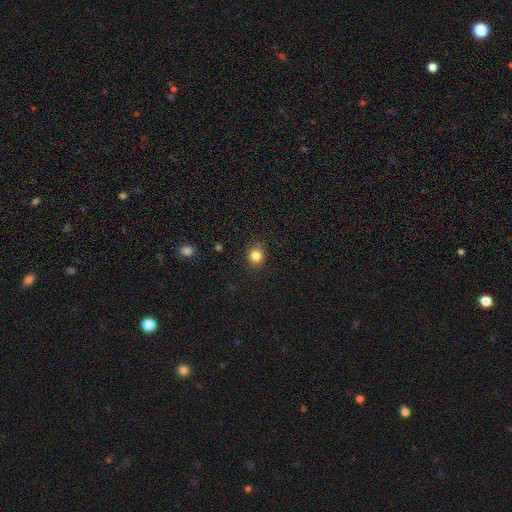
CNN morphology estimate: type=smooth (84%); roundness=round (86%); merging=none (86%).